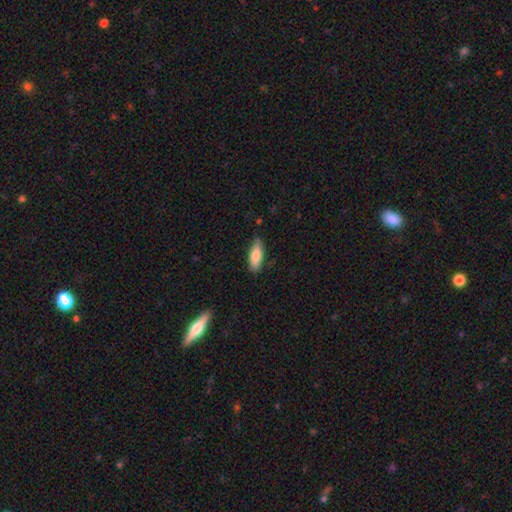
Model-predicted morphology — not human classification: Q: Smooth or featured?
A: smooth (79%); runner-up: featured or disk (15%)
Q: How rounded?
A: in between (67%); runner-up: cigar-shaped (31%)
Q: Merging?
A: none (83%); runner-up: minor disturbance (14%)